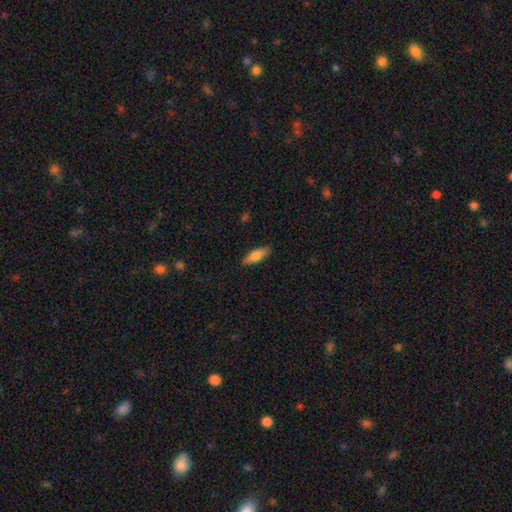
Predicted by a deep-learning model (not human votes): smooth-or-featured: smooth: 78% | featured or disk: 16% | star or artifact: 6%
  how-rounded: in between: 56% | cigar-shaped: 42% | round: 2%
  merging: none: 87% | minor disturbance: 10% | major disturbance: 2% | merger: 1%